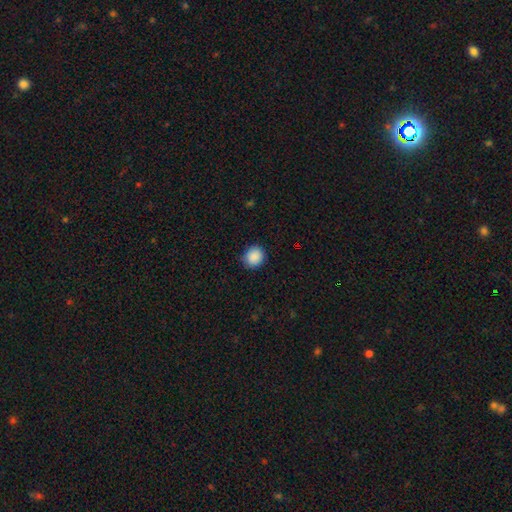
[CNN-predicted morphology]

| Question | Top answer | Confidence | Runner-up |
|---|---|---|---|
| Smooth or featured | smooth | 89% | star or artifact (8%) |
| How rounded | round | 81% | in between (18%) |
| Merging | none | 87% | minor disturbance (10%) |